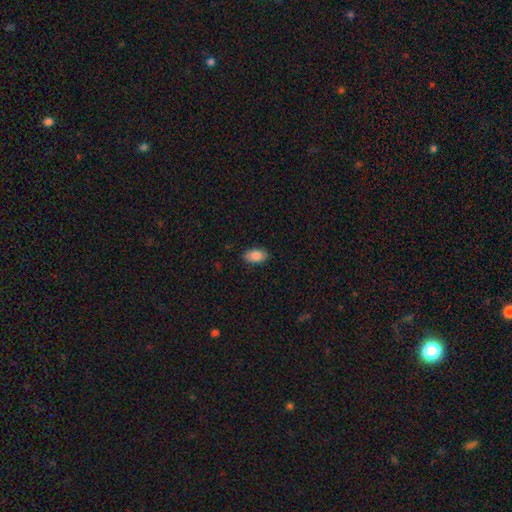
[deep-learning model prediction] A smooth galaxy with no disk features (85%) that is in between round and cigar-shaped (93%). Merging: none (87%).